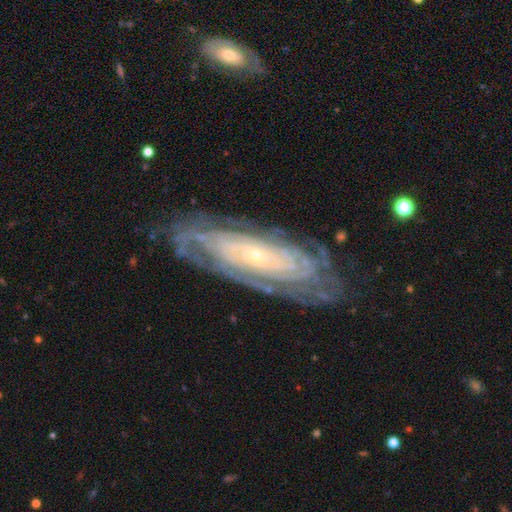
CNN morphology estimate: This appears to be a featured or disk galaxy (84%) with no bar (75%), tight (81%) spiral arms (93%) and a small central bulge (84%). Merging: none (77%).